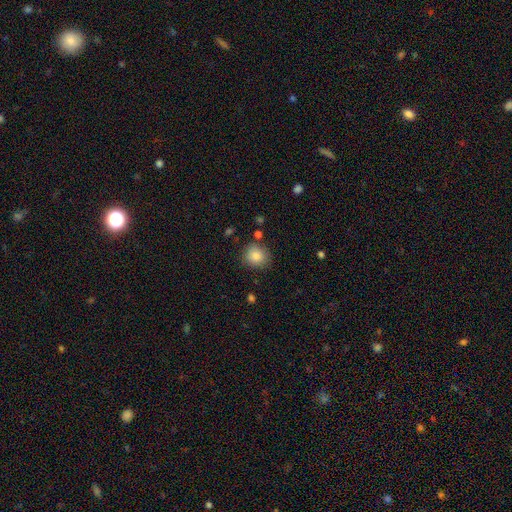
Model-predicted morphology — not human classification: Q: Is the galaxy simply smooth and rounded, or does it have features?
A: smooth — 85%.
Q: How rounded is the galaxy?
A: round — 81%.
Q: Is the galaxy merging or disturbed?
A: none — 81%.